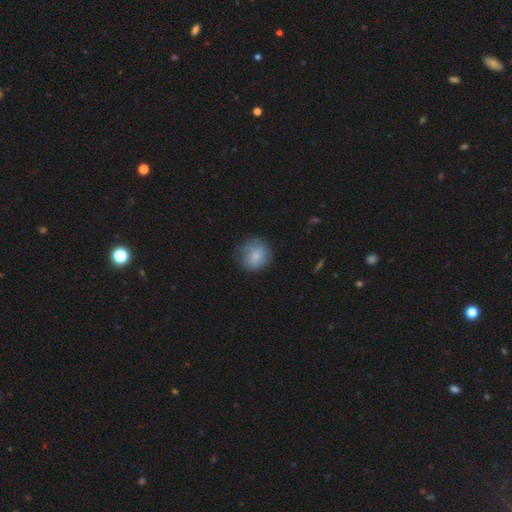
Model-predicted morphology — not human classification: A smooth galaxy with no disk features (82%) that is round (84%). Merging: none (71%).